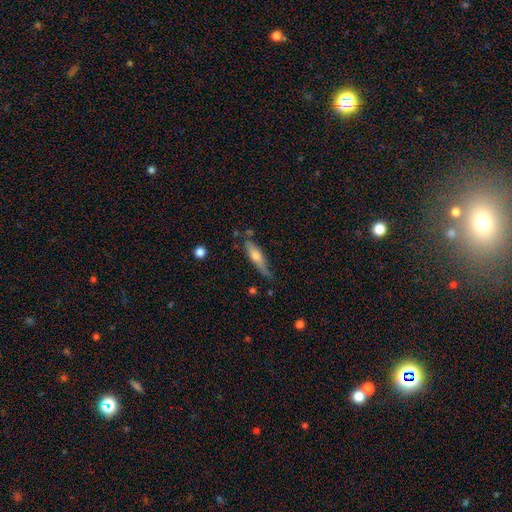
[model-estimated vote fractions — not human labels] The model was most divided on "smooth or featured": smooth: 50%, featured or disk: 44%, star or artifact: 7%. More confident: merging — none (65%).